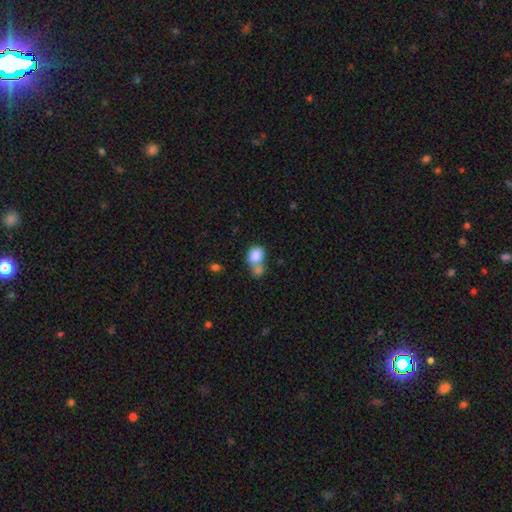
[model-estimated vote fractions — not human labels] Overall: smooth (83%). How rounded: round (50%; in between 49%). Merging: merger (53%; none 31%).